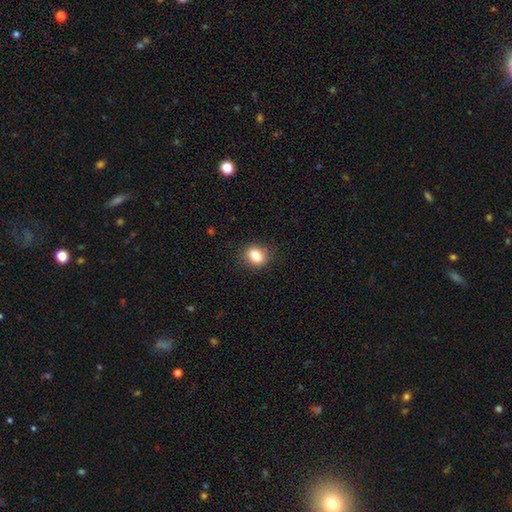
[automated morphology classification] A smooth galaxy with no disk features (83%) that is in between round and cigar-shaped (52%).

Vote fractions:
- Smooth or featured? smooth: 83% / star or artifact: 10% / featured or disk: 7%
- How rounded? in between: 52% / round: 47% / cigar-shaped: 1%
- Merging? none: 86% / minor disturbance: 10% / major disturbance: 3% / merger: 1%